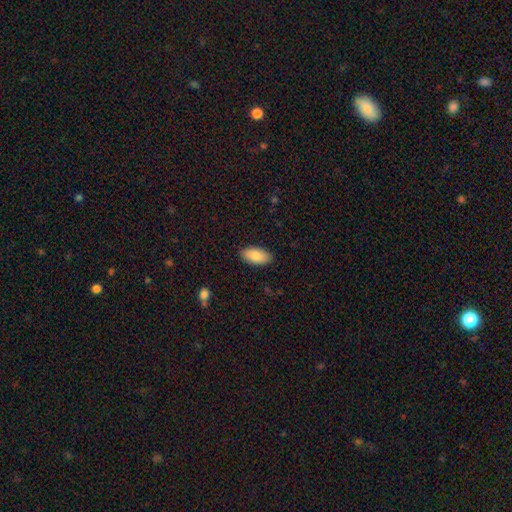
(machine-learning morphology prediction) This appears to be a smooth galaxy with no disk features (87%) that is in between round and cigar-shaped (94%). Merging: none (88%).